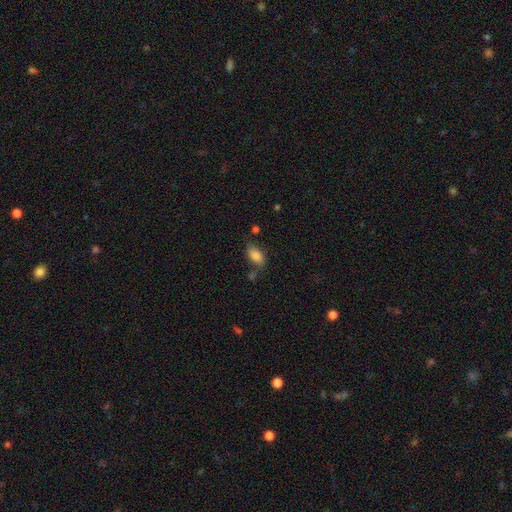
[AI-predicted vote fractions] Smooth or featured? Predicted: smooth (p=0.83). How rounded? Predicted: in between (p=0.93). Merging? Predicted: none (p=0.67).